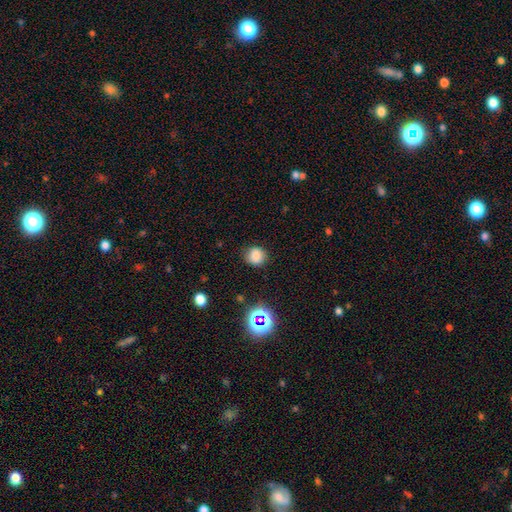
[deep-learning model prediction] smooth_or_featured: smooth (p=0.79) [alt: star or artifact p=0.15]
how_rounded: round (p=0.81) [alt: in between p=0.18]
merging: none (p=0.82) [alt: minor disturbance p=0.13]